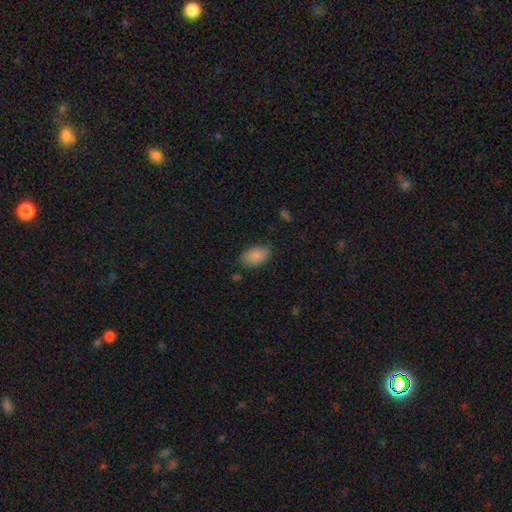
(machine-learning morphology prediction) Q: Smooth or featured?
A: smooth (87%); runner-up: star or artifact (7%)
Q: How rounded?
A: in between (90%); runner-up: round (8%)
Q: Merging?
A: none (77%); runner-up: minor disturbance (17%)